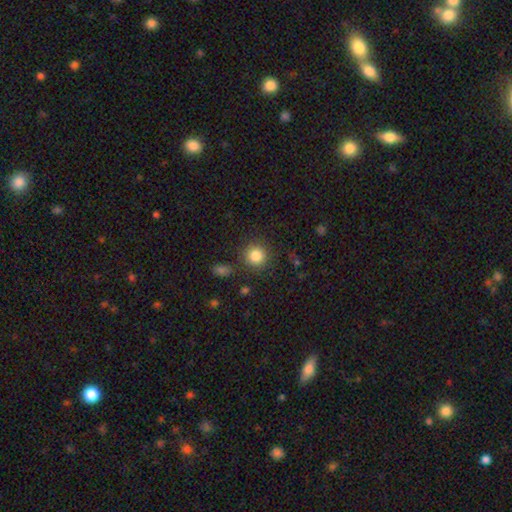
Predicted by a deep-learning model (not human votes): A smooth galaxy with no disk features (85%) that is round (92%).

Vote fractions:
- Smooth or featured? smooth: 85% / star or artifact: 10% / featured or disk: 5%
- How rounded? round: 92% / in between: 7% / cigar-shaped: 1%
- Merging? none: 86% / minor disturbance: 8% / major disturbance: 3% / merger: 3%